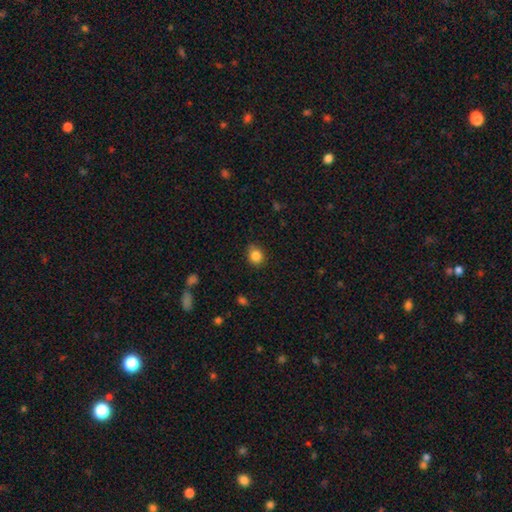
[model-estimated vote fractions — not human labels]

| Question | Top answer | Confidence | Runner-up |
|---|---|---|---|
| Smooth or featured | smooth | 84% | star or artifact (11%) |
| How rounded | round | 70% | in between (29%) |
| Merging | none | 81% | minor disturbance (15%) |